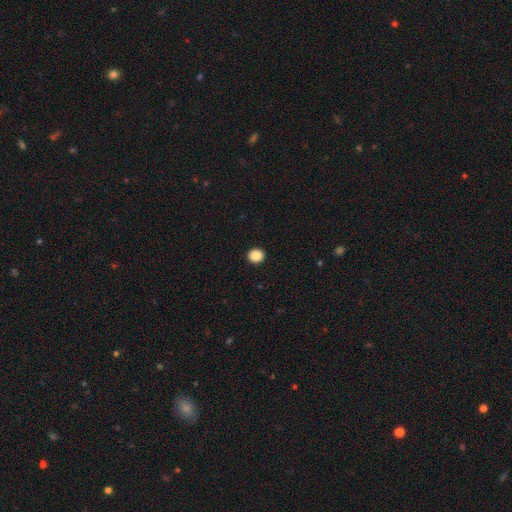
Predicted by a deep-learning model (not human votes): smooth_or_featured: smooth (p=0.88) [alt: star or artifact p=0.09]
how_rounded: round (p=0.85) [alt: in between p=0.14]
merging: none (p=0.93) [alt: minor disturbance p=0.04]